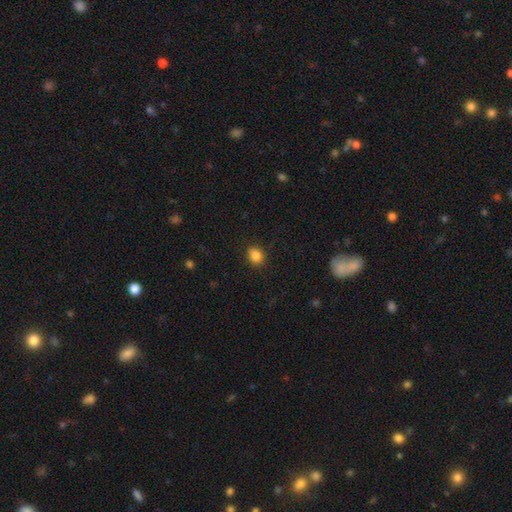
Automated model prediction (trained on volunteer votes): Morphology: type=smooth (85%); roundness=in between (55%); merging=none (85%).